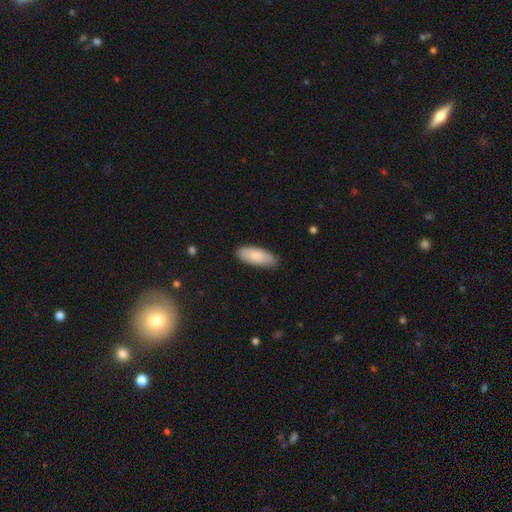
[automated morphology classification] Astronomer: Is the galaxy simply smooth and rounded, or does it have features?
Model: smooth — 84%.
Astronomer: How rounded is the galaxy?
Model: in between — 78%.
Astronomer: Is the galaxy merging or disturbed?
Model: none — 83%.